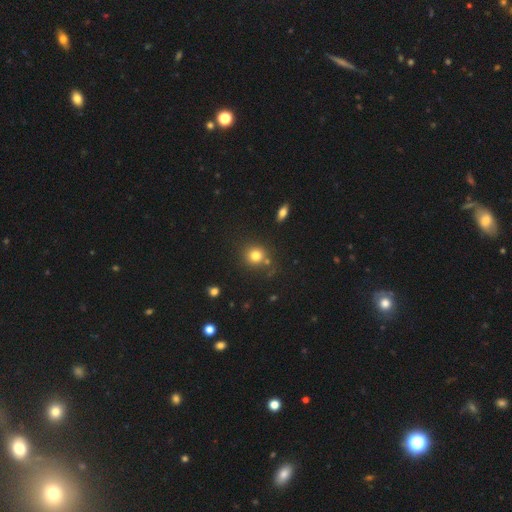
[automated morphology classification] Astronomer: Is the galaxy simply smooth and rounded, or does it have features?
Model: smooth — 79%.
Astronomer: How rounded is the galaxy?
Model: round — 85%.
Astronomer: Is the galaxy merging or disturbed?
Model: none — 75%.